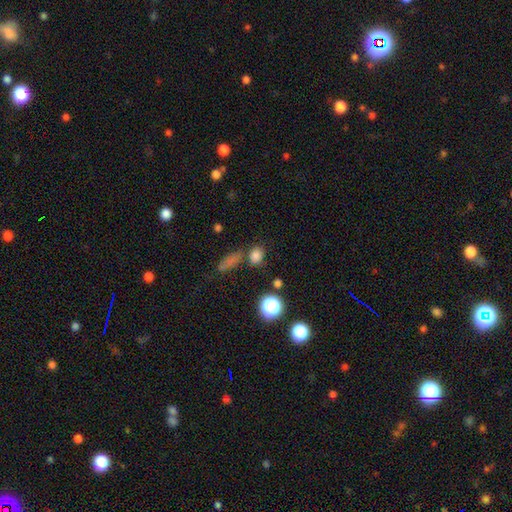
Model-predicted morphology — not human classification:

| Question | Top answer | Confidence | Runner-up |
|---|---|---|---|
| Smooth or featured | smooth | 77% | star or artifact (17%) |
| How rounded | round | 58% | in between (39%) |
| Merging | none | 70% | merger (13%) |